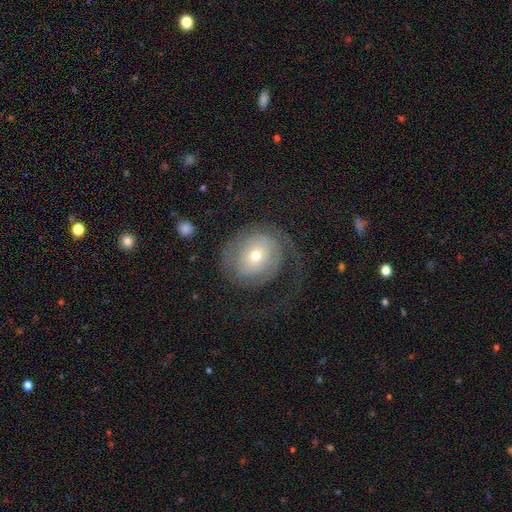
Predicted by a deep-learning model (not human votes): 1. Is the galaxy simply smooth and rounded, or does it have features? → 64% featured or disk, 29% smooth, 7% star or artifact.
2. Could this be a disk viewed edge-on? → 97% no, 3% yes.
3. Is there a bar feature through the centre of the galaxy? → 74% no, 20% weak, 6% strong.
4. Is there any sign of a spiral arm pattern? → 82% yes, 18% no.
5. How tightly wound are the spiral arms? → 39% tight, 32% medium, 28% loose.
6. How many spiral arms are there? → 43% 2, 38% 1, 13% can't tell, 3% 3, 2% 4, 2% more than 4.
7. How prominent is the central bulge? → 50% small, 43% moderate, 4% large, 2% dominant, 1% none.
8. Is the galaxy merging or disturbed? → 49% none, 34% major disturbance, 14% minor disturbance, 2% merger.